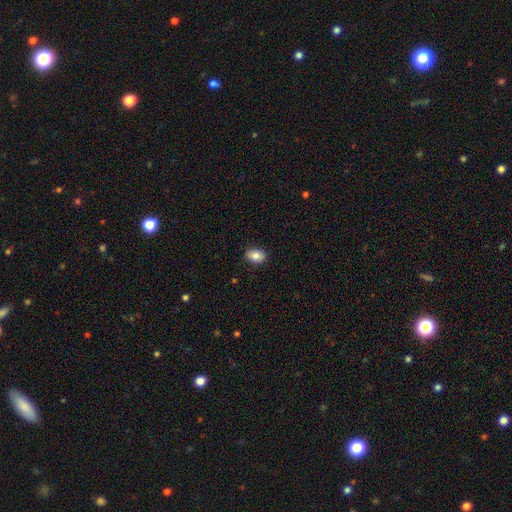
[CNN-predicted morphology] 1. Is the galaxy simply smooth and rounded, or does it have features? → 84% smooth, 8% featured or disk, 8% star or artifact.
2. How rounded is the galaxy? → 78% in between, 20% round, 1% cigar-shaped.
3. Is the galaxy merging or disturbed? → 86% none, 11% minor disturbance, 2% major disturbance, 1% merger.